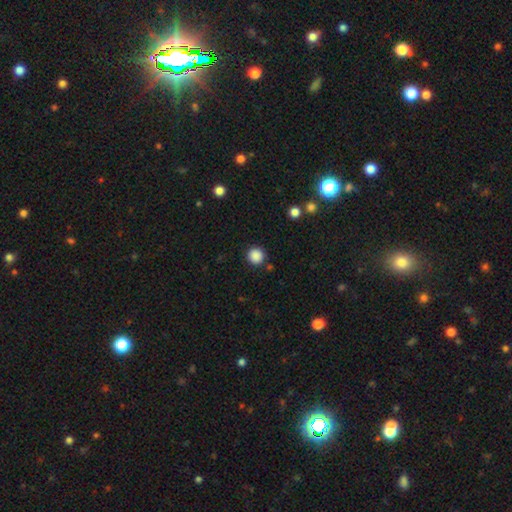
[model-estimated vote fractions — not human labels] Overall: smooth (87%). How rounded: round (95%). Merging: none (89%).